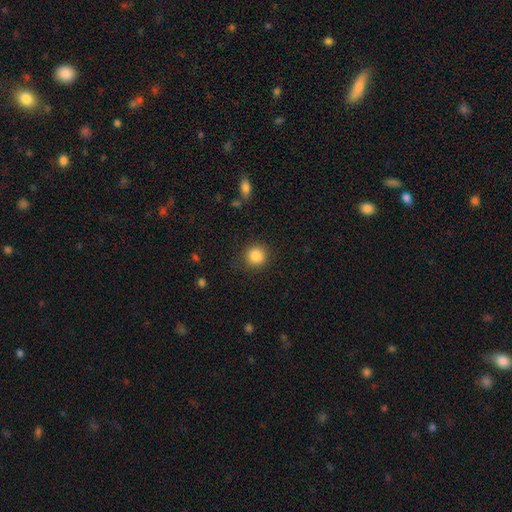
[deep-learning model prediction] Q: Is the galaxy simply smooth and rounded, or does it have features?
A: smooth — 86%.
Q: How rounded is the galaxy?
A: round — 90%.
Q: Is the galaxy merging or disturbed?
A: none — 87%.